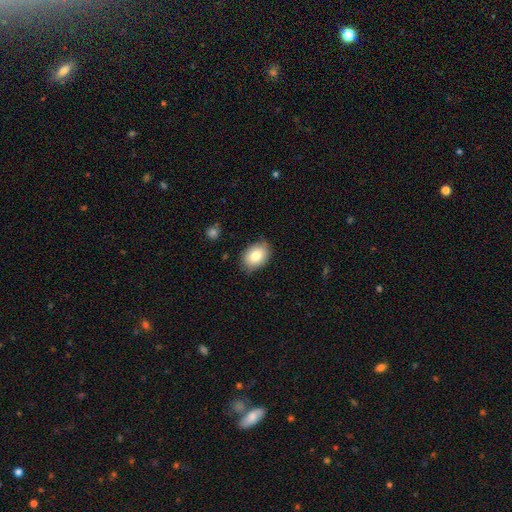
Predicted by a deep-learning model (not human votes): Smooth or featured? smooth (83%)
How rounded? in between (79%)
Merging? none (80%)